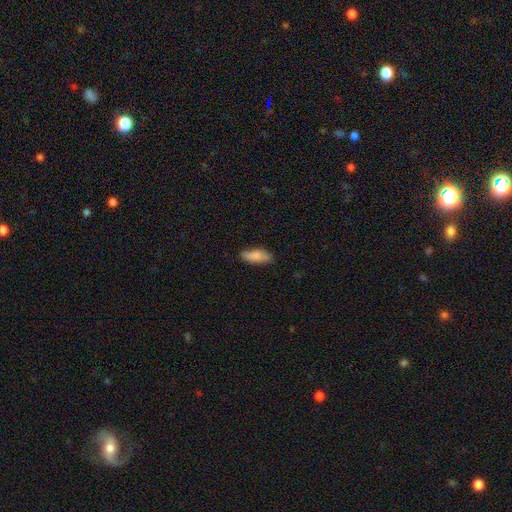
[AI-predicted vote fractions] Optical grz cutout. It shows a smooth galaxy with no disk features (82%) that is in between round and cigar-shaped (76%). Merging: none (75%).